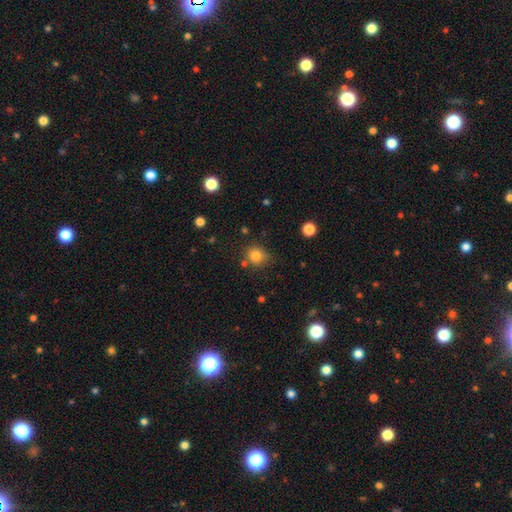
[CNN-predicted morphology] The model was most divided on "merging": none: 71%, minor disturbance: 17%, merger: 7%, major disturbance: 4%. More confident: how rounded — round (83%); smooth or featured — smooth (81%).